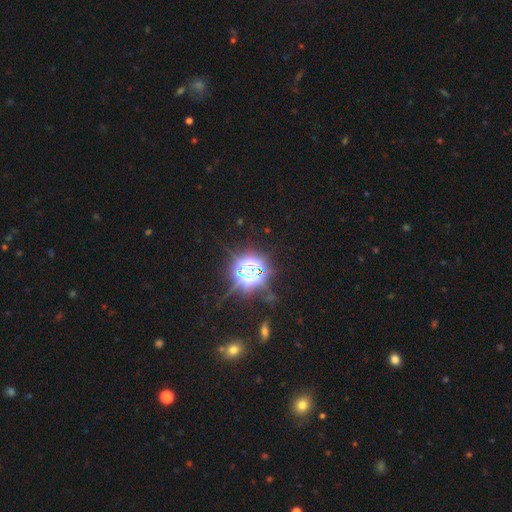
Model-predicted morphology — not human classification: A star or artifact, not a galaxy (82%).